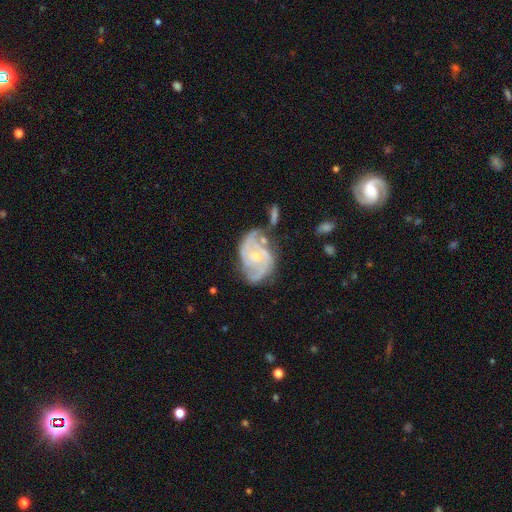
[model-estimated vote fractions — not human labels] Q: Smooth or featured?
A: featured or disk (86%); runner-up: smooth (8%)
Q: Edge-on disk?
A: no (98%); runner-up: yes (2%)
Q: Bar?
A: no (58%); runner-up: weak (35%)
Q: Spiral arms?
A: yes (96%); runner-up: no (4%)
Q: Spiral winding?
A: medium (46%); runner-up: tight (41%)
Q: Spiral arm count?
A: 2 (71%); runner-up: 3 (11%)
Q: Bulge size?
A: small (66%); runner-up: moderate (27%)
Q: Merging?
A: none (57%); runner-up: minor disturbance (23%)